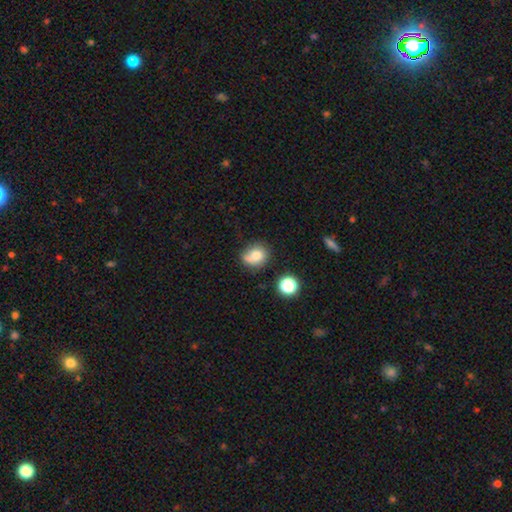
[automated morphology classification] This appears to be a smooth galaxy with no disk features (74%) that is round (68%). Merging: none (55%).